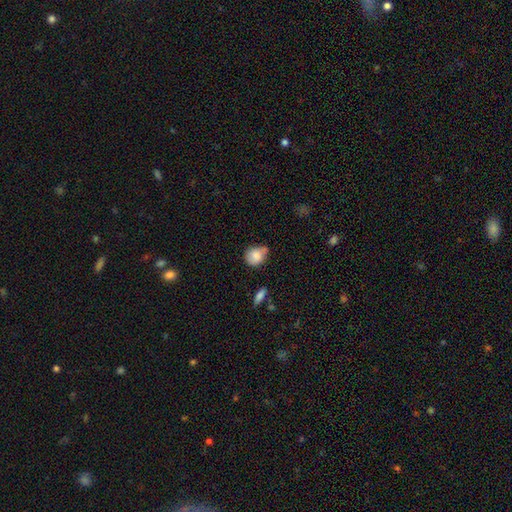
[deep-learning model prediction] The model was most divided on "merging": none: 46%, minor disturbance: 35%, merger: 11%, major disturbance: 8%. More confident: smooth or featured — smooth (80%); how rounded — round (68%).